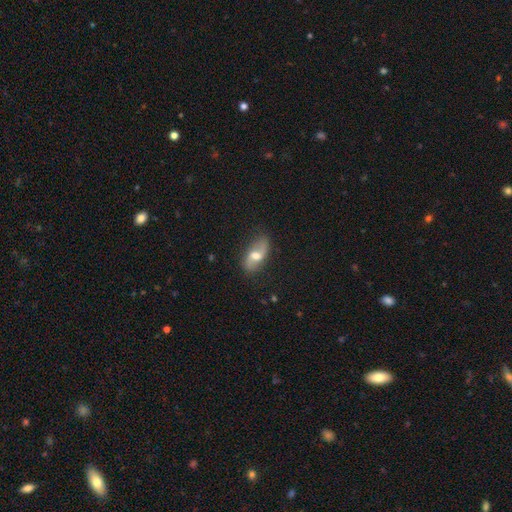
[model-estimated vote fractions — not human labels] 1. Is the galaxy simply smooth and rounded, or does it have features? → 59% featured or disk, 34% smooth, 7% star or artifact.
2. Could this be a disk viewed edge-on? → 91% no, 9% yes.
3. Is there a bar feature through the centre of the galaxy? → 45% weak, 40% no, 16% strong.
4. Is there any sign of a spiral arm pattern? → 83% yes, 17% no.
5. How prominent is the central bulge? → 69% moderate, 15% small, 12% large, 2% none, 1% dominant.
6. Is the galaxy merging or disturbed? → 76% none, 17% minor disturbance, 5% major disturbance, 2% merger.